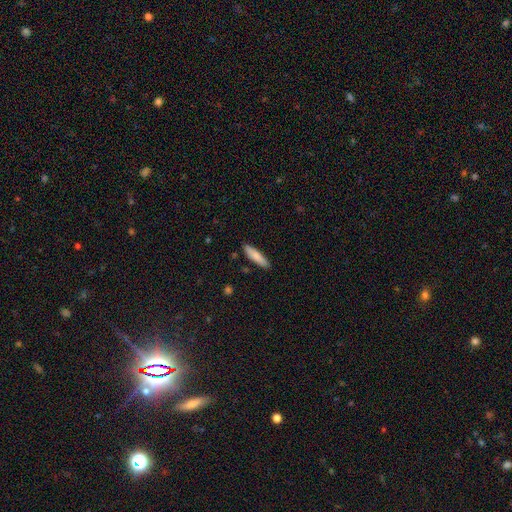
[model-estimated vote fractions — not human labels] smooth-or-featured: smooth: 82% | featured or disk: 13% | star or artifact: 6%
  how-rounded: cigar-shaped: 74% | in between: 24% | round: 1%
  merging: none: 88% | minor disturbance: 9% | major disturbance: 2% | merger: 2%